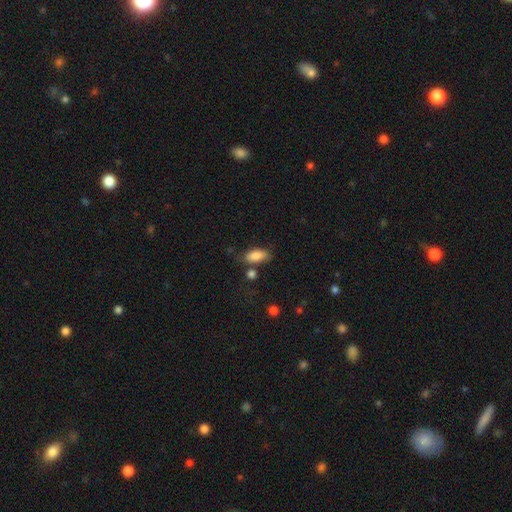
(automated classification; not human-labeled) Smooth or featured? smooth (84%)
How rounded? in between (84%)
Merging? none (66%)